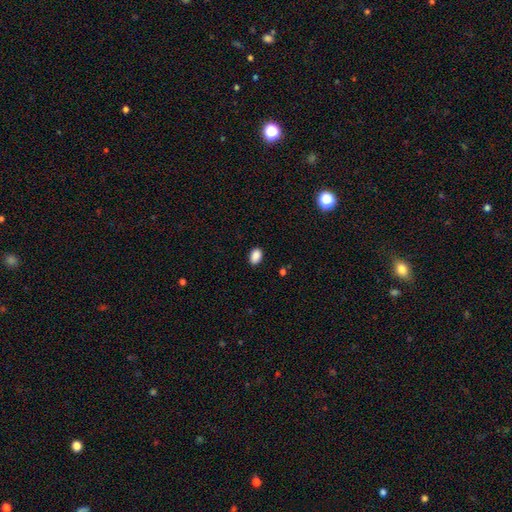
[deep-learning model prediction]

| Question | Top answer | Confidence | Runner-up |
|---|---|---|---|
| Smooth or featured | smooth | 89% | star or artifact (8%) |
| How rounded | in between | 88% | round (11%) |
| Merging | none | 87% | minor disturbance (10%) |